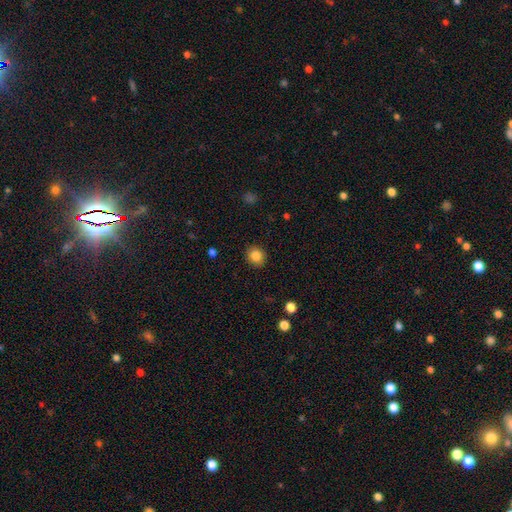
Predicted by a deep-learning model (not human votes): Overall: smooth (84%). How rounded: round (79%). Merging: none (90%).